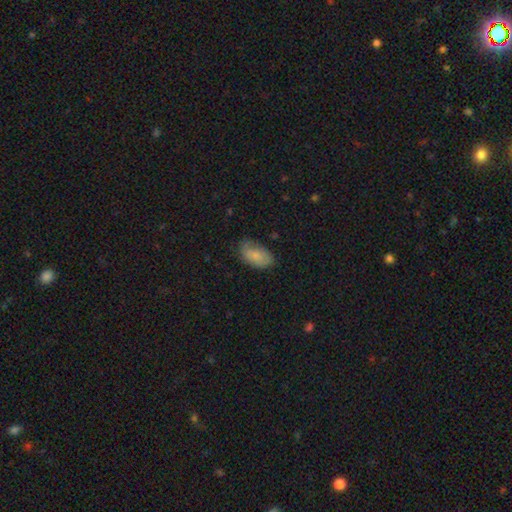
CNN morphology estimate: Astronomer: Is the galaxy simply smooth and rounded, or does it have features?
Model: smooth — 71%.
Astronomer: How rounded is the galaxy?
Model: in between — 94%.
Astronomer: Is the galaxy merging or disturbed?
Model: none — 66%.